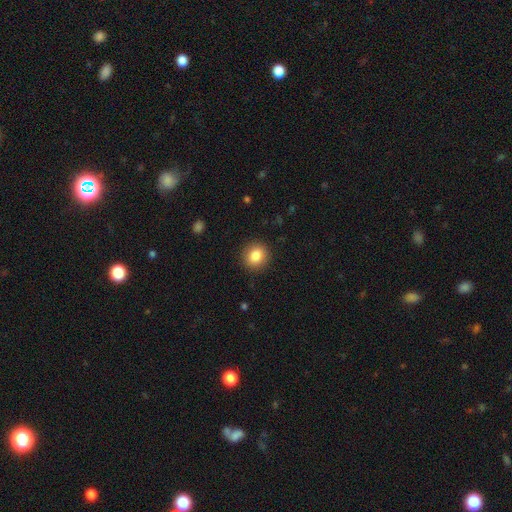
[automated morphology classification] This is clearly a smooth galaxy (84%). How rounded: clearly round (84%). Merging: clearly none (90%).